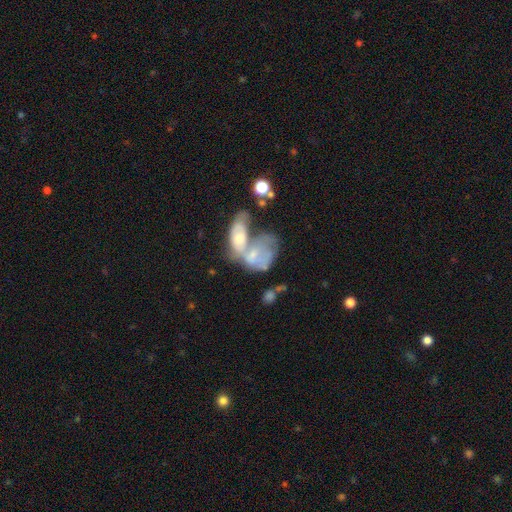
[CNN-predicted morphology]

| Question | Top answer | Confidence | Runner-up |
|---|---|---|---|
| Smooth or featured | featured or disk | 46% | smooth (45%) |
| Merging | merger | 71% | major disturbance (12%) |